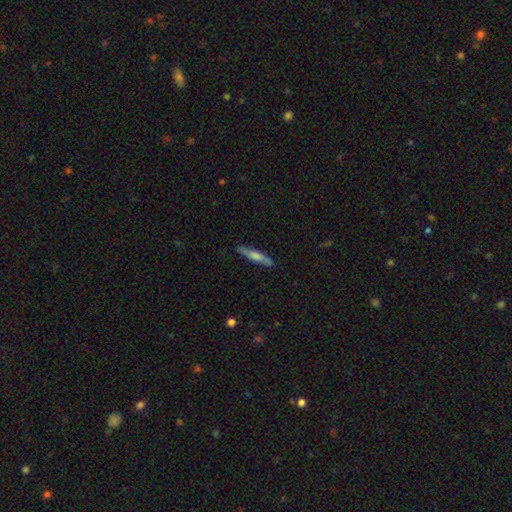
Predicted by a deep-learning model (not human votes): Overall: smooth (51%; featured or disk 43%). How rounded: cigar-shaped (89%). Merging: none (83%).